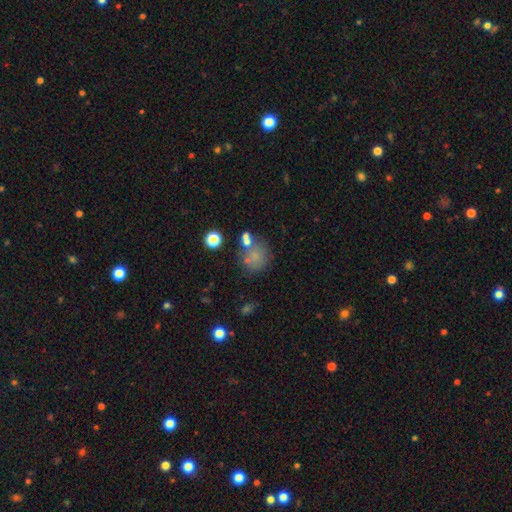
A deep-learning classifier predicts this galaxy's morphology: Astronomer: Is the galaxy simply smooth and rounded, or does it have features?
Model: smooth — 66%.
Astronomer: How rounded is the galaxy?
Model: round — 81%.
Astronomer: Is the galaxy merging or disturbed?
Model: none — 59%.